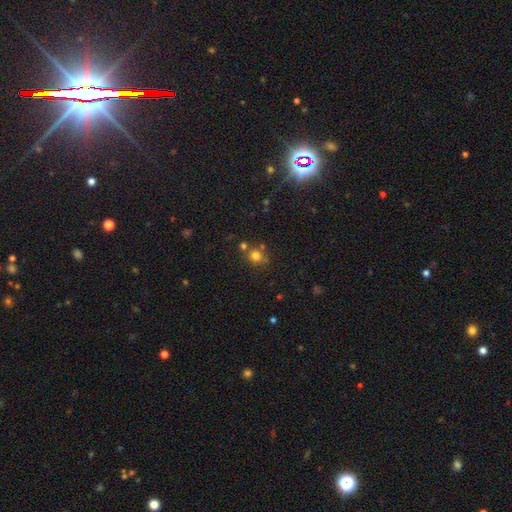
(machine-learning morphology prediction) smooth 75%, star or artifact 17%, featured or disk 8%. Down the decision tree: how rounded — round (84%); merging — none (64%).